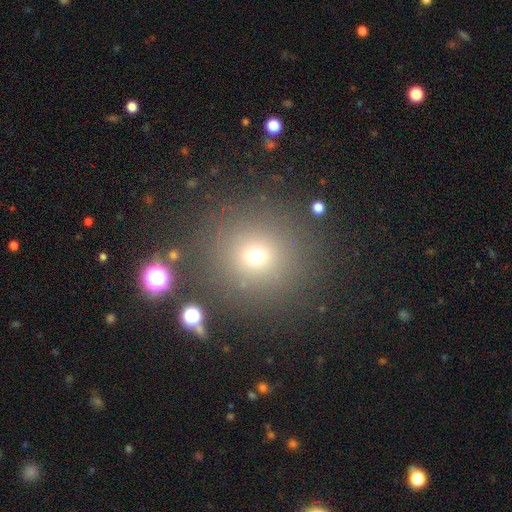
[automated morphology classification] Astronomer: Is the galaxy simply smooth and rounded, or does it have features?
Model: smooth — 67%.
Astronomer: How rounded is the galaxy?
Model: round — 92%.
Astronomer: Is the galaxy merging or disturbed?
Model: none — 84%.